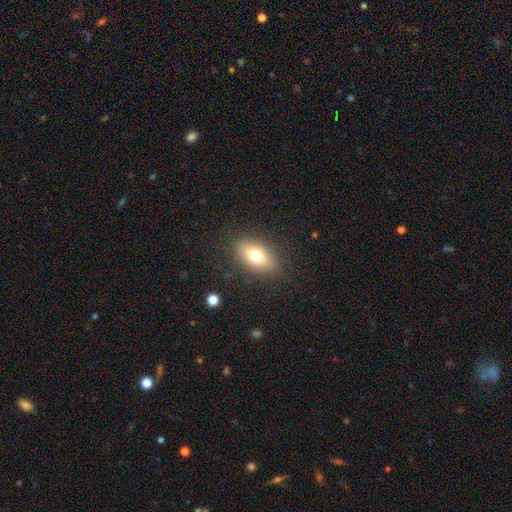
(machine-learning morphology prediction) smooth 72%, featured or disk 18%, star or artifact 9%. Down the decision tree: how rounded — in between (86%); merging — none (86%).